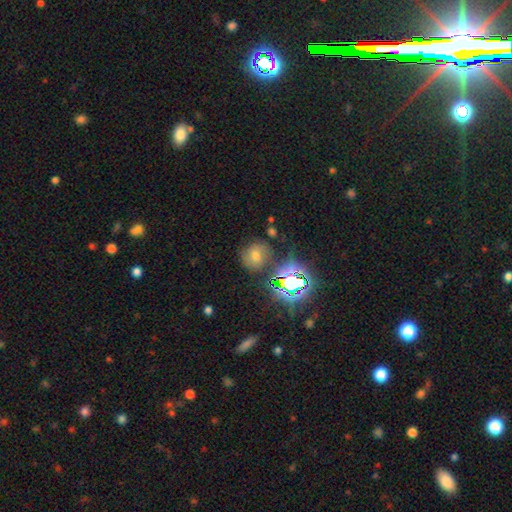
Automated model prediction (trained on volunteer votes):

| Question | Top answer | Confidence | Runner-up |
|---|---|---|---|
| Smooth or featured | smooth | 46% | star or artifact (35%) |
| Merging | none | 74% | minor disturbance (15%) |